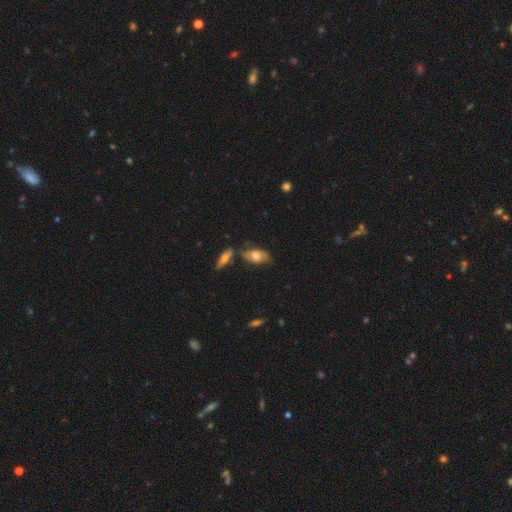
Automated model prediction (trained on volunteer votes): smooth_or_featured: smooth (p=0.60) [alt: featured or disk p=0.33]
how_rounded: in between (p=0.88) [alt: cigar-shaped p=0.07]
merging: none (p=0.59) [alt: minor disturbance p=0.20]